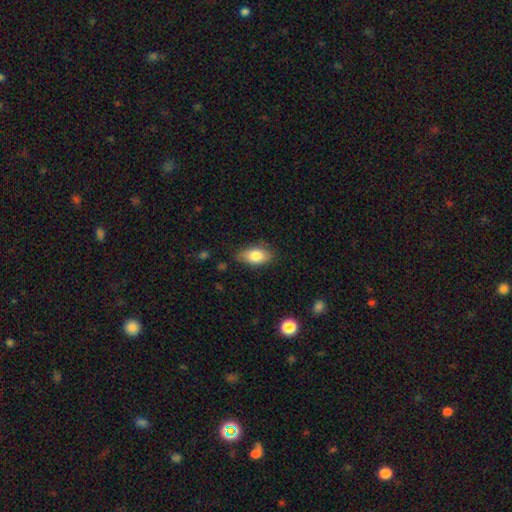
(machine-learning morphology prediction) The model was most divided on "merging": none: 76%, minor disturbance: 19%, major disturbance: 3%, merger: 1%. More confident: how rounded — in between (90%); smooth or featured — smooth (81%).